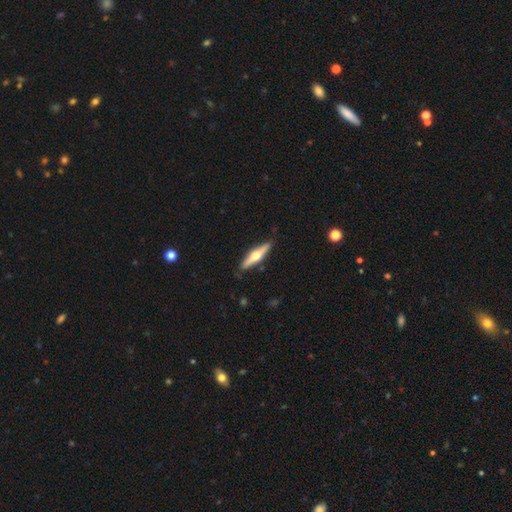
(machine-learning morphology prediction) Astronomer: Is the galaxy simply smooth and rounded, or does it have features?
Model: featured or disk — 65%.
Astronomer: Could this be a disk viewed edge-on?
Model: yes — 96%.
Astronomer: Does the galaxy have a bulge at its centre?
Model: rounded — 95%.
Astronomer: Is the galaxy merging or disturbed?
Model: none — 88%.